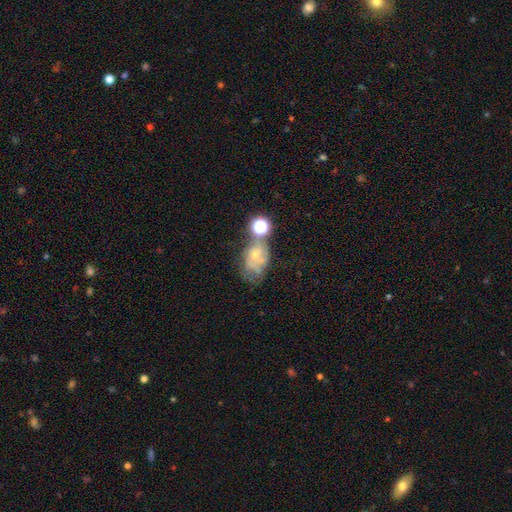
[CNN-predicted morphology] smooth-or-featured: featured or disk: 46% | smooth: 38% | star or artifact: 16%
  merging: none: 27% | merger: 25% | major disturbance: 25% | minor disturbance: 23%